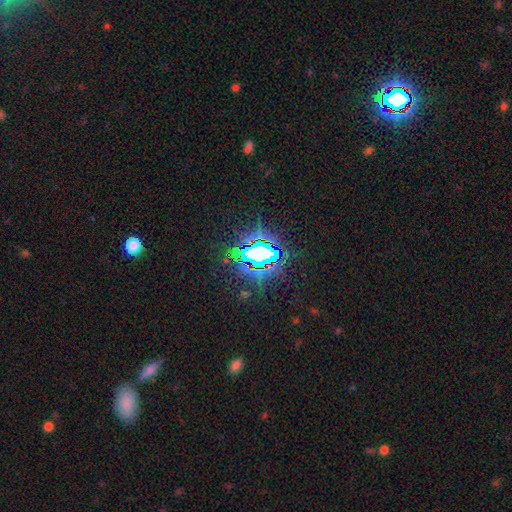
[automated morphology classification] A star or artifact, not a galaxy (76%).

Vote fractions:
- Smooth or featured? star or artifact: 76% / smooth: 14% / featured or disk: 11%